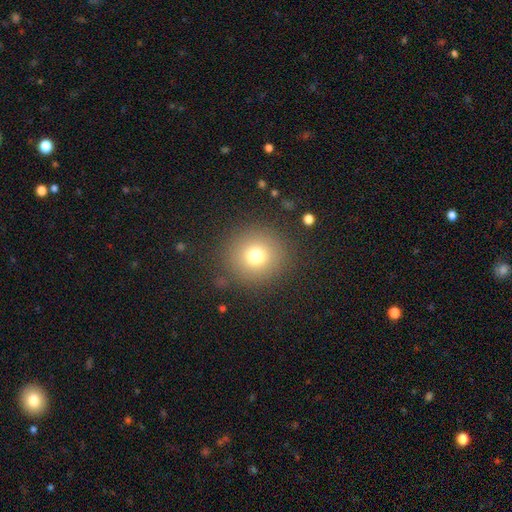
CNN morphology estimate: Smooth or featured?
  - smooth: 74% *
  - star or artifact: 15%
  - featured or disk: 11%
How rounded?
  - round: 92% *
  - in between: 7%
  - cigar-shaped: 1%
Merging?
  - none: 86% *
  - minor disturbance: 8%
  - major disturbance: 4%
  - merger: 2%